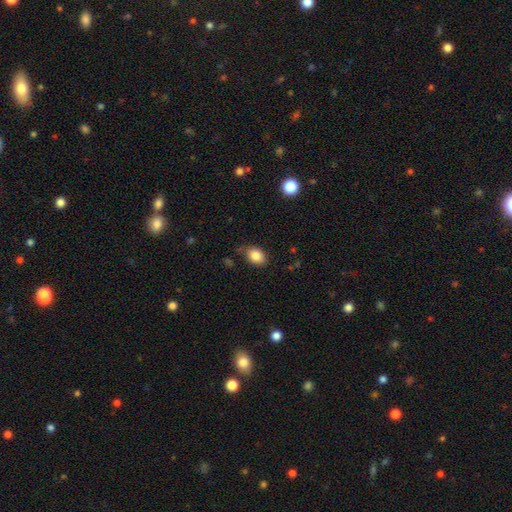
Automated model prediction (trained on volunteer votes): The model was most divided on "how rounded": in between: 65%, round: 34%, cigar-shaped: 1%. More confident: smooth or featured — smooth (85%); merging — none (72%).